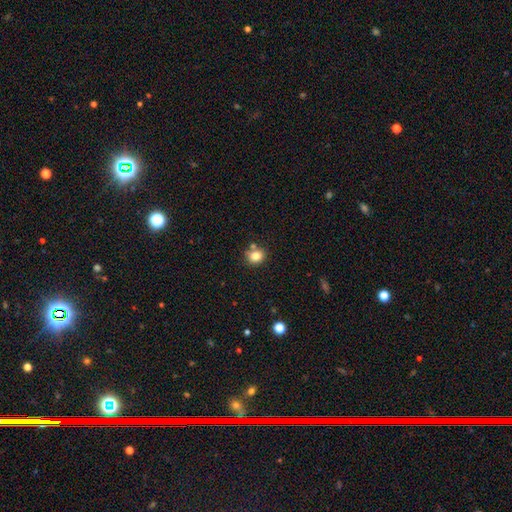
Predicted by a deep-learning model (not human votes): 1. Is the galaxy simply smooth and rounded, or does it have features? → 81% smooth, 11% star or artifact, 8% featured or disk.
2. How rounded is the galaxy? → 71% round, 28% in between, 1% cigar-shaped.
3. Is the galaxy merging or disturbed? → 69% none, 16% merger, 12% minor disturbance, 3% major disturbance.